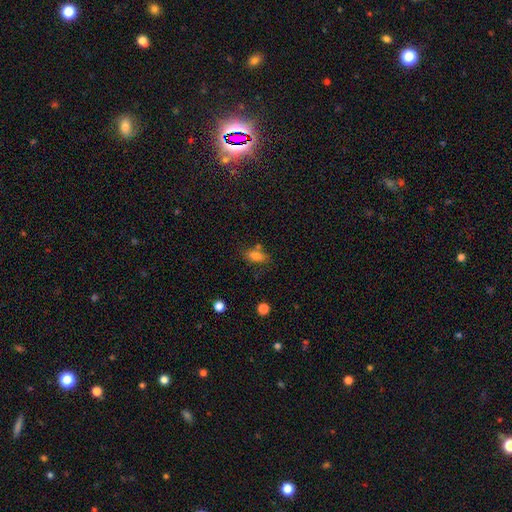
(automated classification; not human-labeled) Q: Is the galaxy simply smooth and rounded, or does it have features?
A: smooth — 78%.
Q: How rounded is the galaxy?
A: in between — 82%.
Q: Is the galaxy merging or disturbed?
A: none — 65%.